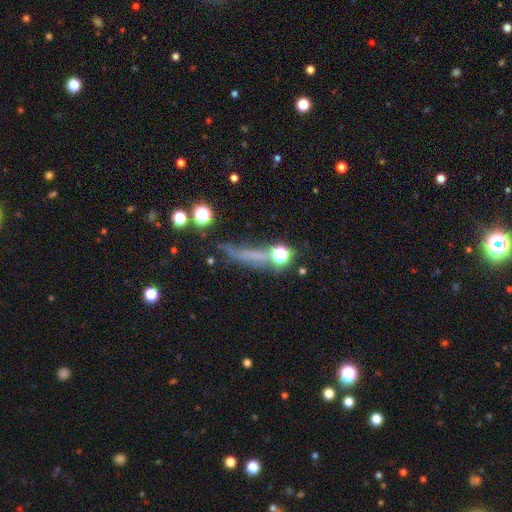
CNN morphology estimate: The model was most divided on "smooth or featured": smooth: 43%, featured or disk: 30%, star or artifact: 27%. Remaining: merging — none (47%).